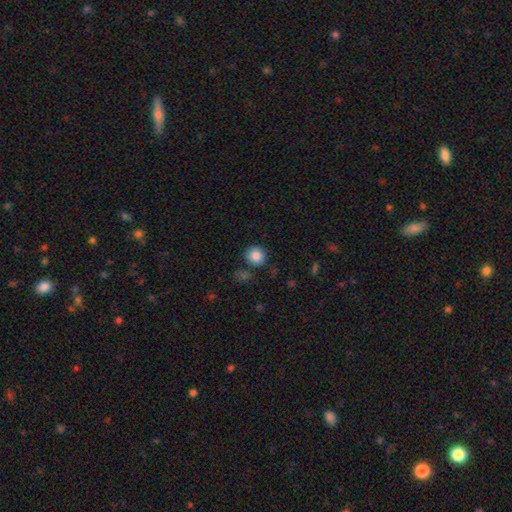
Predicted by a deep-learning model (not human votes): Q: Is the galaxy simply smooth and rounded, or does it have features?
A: smooth — 86%.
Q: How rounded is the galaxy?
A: round — 90%.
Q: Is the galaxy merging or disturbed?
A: none — 82%.